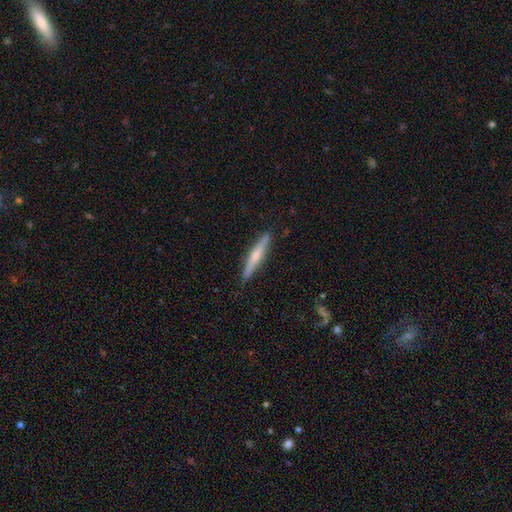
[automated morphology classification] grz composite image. It shows a featured or disk galaxy (53%) viewed edge-on (97%) with a rounded central bulge (68%). Merging: none (89%).